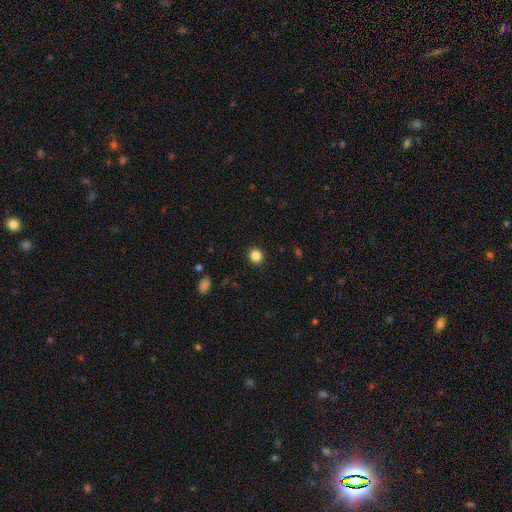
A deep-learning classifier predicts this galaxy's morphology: This is clearly a smooth galaxy (85%). How rounded: clearly round (89%). Merging: clearly none (91%).